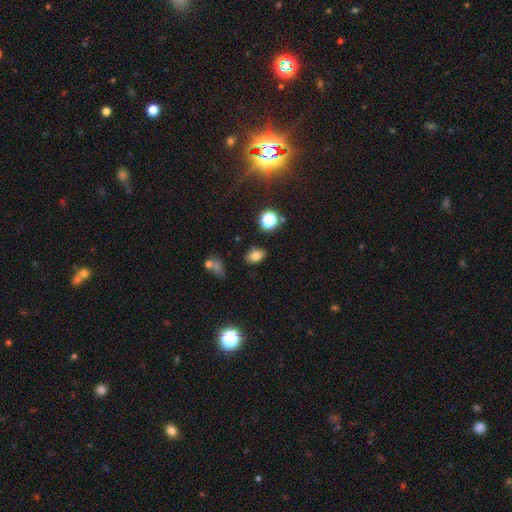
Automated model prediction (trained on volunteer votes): Smooth or featured: smooth — 76% (star or artifact — 14%)
How rounded: in between — 76% (round — 22%)
Merging: none — 80% (minor disturbance — 13%)